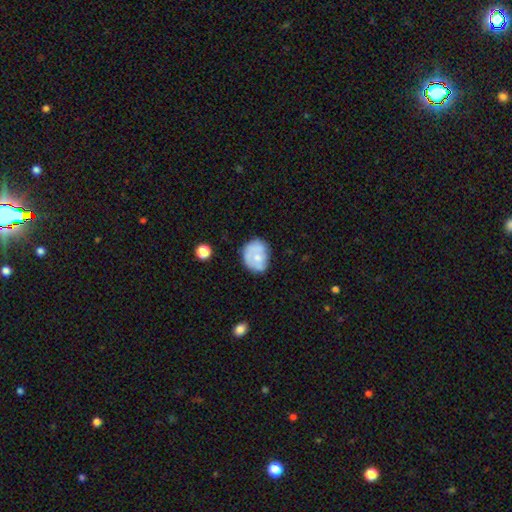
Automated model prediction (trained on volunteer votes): Smooth or featured? smooth (57%)
How rounded? round (58%)
Merging? none (57%)